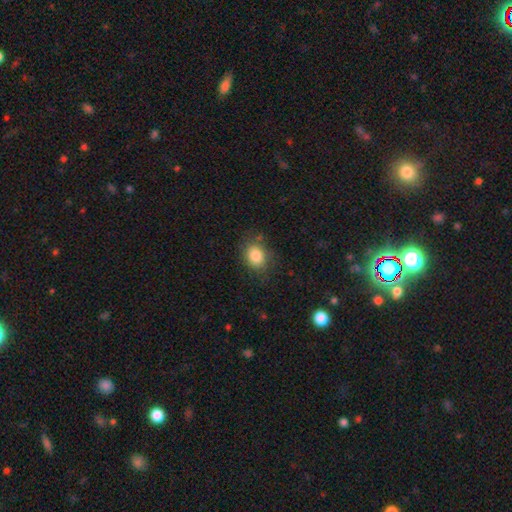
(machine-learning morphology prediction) Smooth or featured? Predicted: smooth (p=0.83). How rounded? Predicted: in between (p=0.62). Merging? Predicted: none (p=0.75).